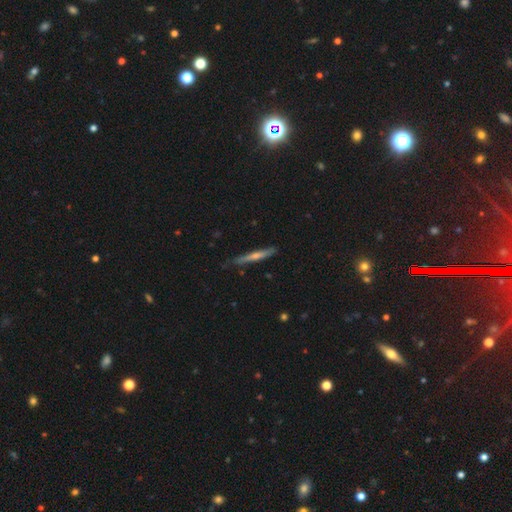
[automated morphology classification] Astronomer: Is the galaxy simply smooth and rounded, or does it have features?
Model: featured or disk — 56% (runner-up: smooth, 37%).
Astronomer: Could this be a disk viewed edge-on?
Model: yes — 96%.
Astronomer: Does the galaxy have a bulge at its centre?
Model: rounded — 62%.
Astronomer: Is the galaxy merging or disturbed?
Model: none — 82%.